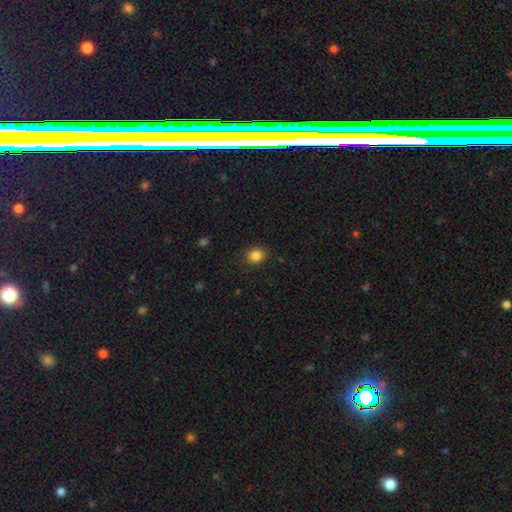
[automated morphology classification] This appears to be a smooth galaxy with no disk features (86%) that is round (56%). Merging: none (87%).